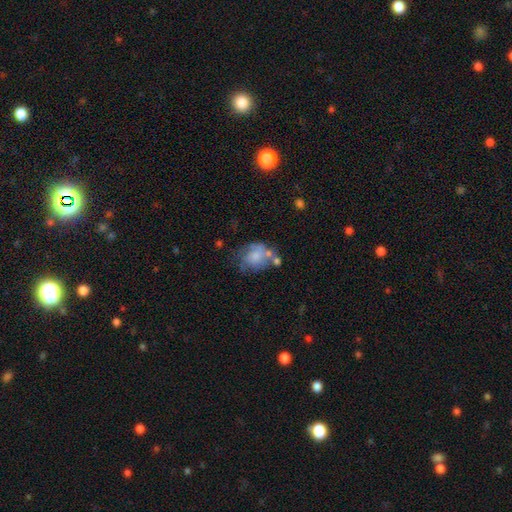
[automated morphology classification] Smooth or featured? smooth (54%)
How rounded? in between (60%)
Merging? none (34%)